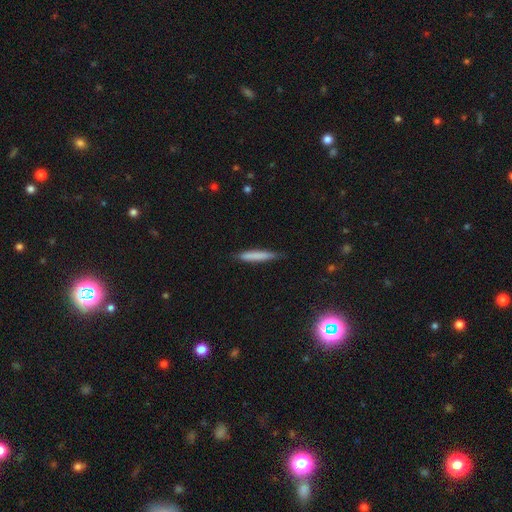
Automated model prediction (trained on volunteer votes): smooth-or-featured: smooth: 76% | featured or disk: 18% | star or artifact: 7%
  how-rounded: cigar-shaped: 93% | in between: 6% | round: 1%
  merging: none: 80% | minor disturbance: 16% | major disturbance: 3% | merger: 1%